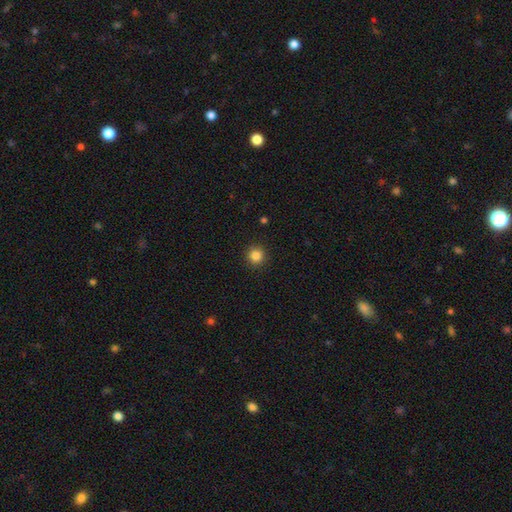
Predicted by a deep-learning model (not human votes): Q: Smooth or featured?
A: smooth (85%); runner-up: star or artifact (11%)
Q: How rounded?
A: round (95%); runner-up: in between (4%)
Q: Merging?
A: none (92%); runner-up: minor disturbance (5%)